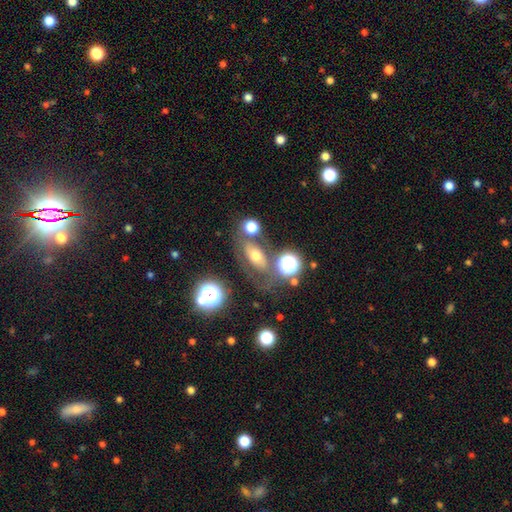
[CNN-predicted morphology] Smooth or featured? Predicted: smooth (p=0.46). Merging? Predicted: none (p=0.60).